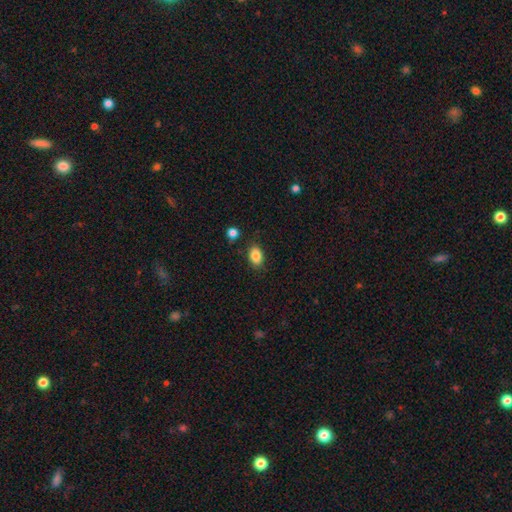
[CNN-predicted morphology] Smooth or featured? smooth (86%)
How rounded? in between (82%)
Merging? none (83%)